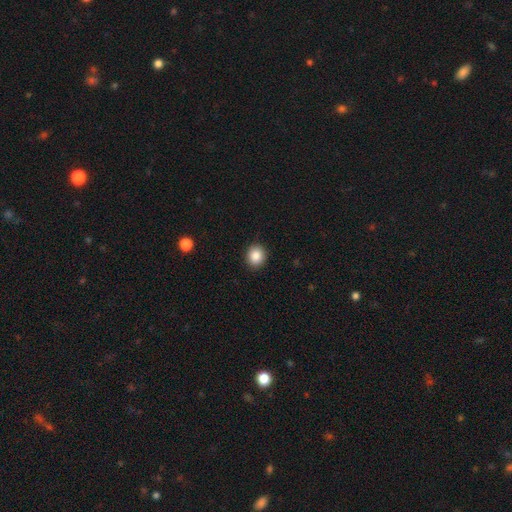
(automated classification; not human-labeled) A smooth galaxy with no disk features (87%) that is round (80%).

Vote fractions:
- Smooth or featured? smooth: 87% / star or artifact: 9% / featured or disk: 4%
- How rounded? round: 80% / in between: 19% / cigar-shaped: 1%
- Merging? none: 91% / minor disturbance: 6% / major disturbance: 2% / merger: 1%